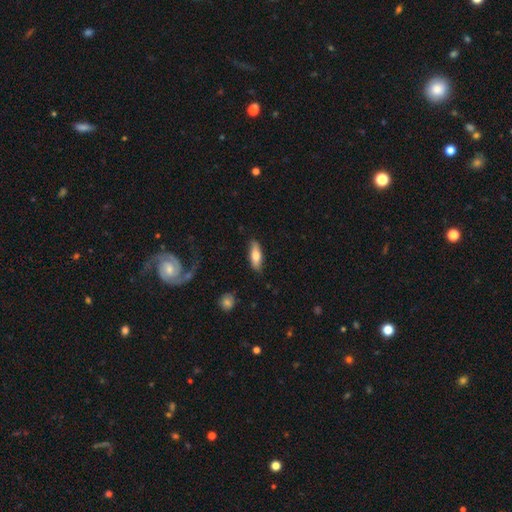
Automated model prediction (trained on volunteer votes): Smooth or featured?
  - smooth: 71% *
  - featured or disk: 23%
  - star or artifact: 6%
How rounded?
  - in between: 58% *
  - cigar-shaped: 40%
  - round: 2%
Merging?
  - none: 84% *
  - minor disturbance: 12%
  - major disturbance: 3%
  - merger: 1%